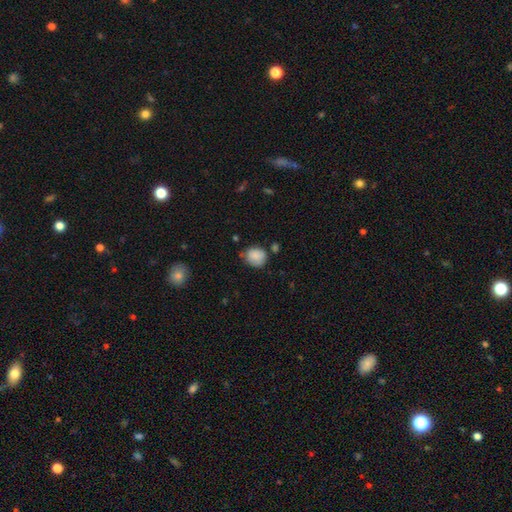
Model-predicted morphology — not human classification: smooth 85%, star or artifact 8%, featured or disk 7%. Down the decision tree: how rounded — round (72%); merging — none (63%).